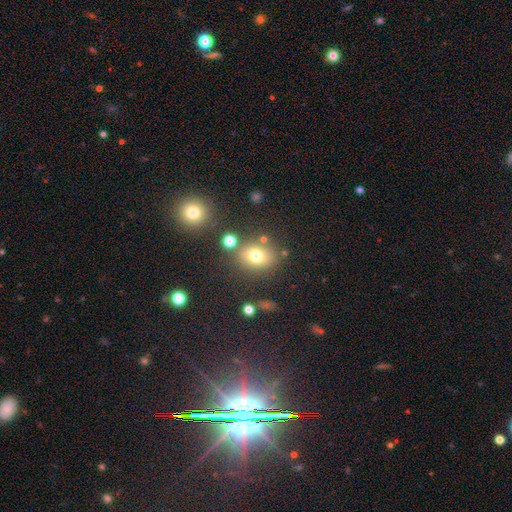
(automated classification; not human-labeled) Q: Smooth or featured?
A: smooth (72%); runner-up: star or artifact (15%)
Q: How rounded?
A: round (50%); runner-up: in between (49%)
Q: Merging?
A: none (72%); runner-up: minor disturbance (13%)